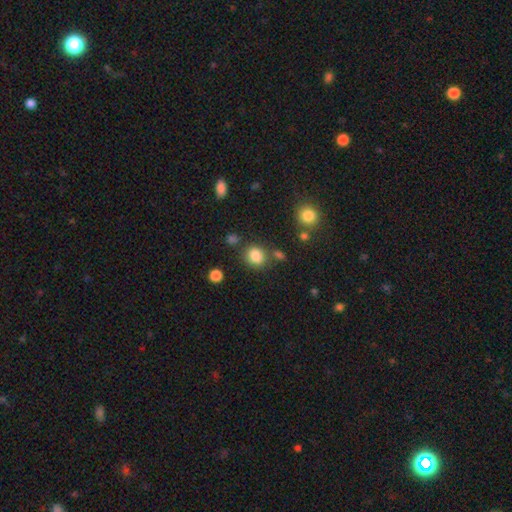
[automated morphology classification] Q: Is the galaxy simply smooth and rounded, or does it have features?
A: smooth — 83%.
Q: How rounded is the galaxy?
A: round — 70%.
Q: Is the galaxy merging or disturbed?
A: none — 74%.